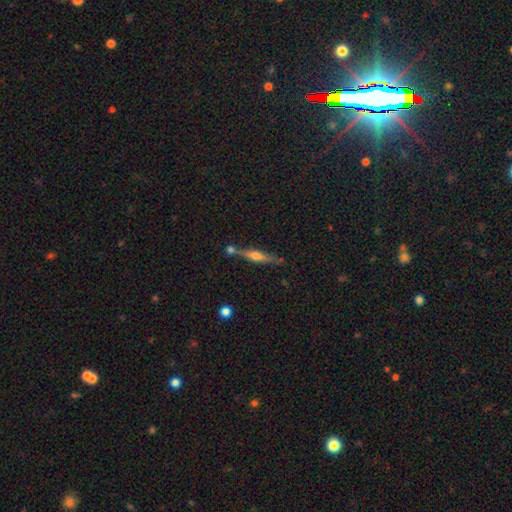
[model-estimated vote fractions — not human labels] Overall: featured or disk (67%). Edge-on disk: yes (96%). Edge-on bulge: rounded (84%). Merging: none (72%).